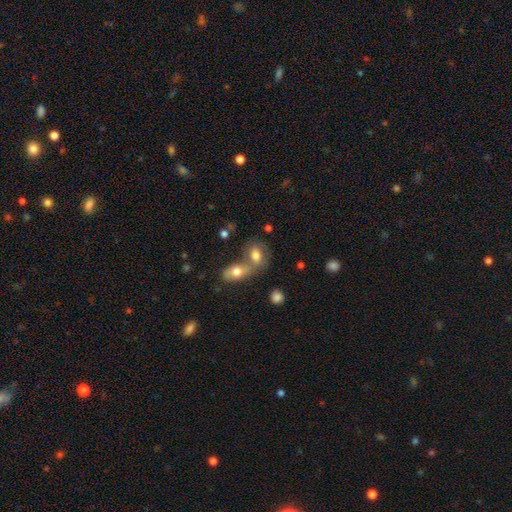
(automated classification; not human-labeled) Smooth or featured? smooth (74%)
How rounded? in between (80%)
Merging? merger (54%)